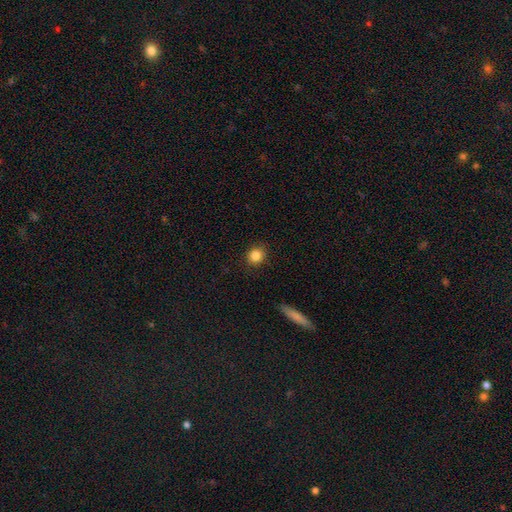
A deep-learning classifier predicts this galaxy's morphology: Q: Smooth or featured?
A: smooth (84%); runner-up: star or artifact (10%)
Q: How rounded?
A: round (80%); runner-up: in between (19%)
Q: Merging?
A: none (88%); runner-up: minor disturbance (8%)